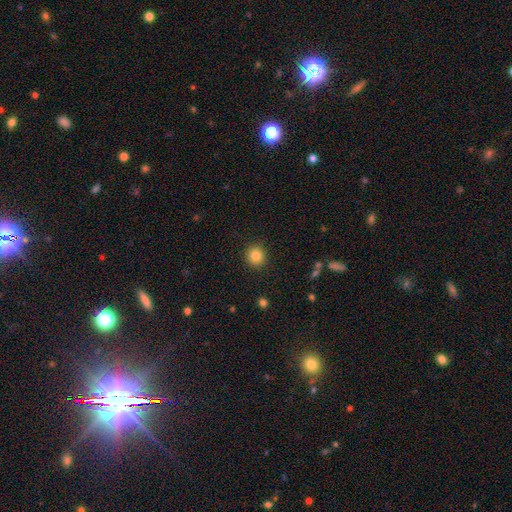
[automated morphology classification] Smooth or featured: smooth — 85% (star or artifact — 10%)
How rounded: round — 92% (in between — 7%)
Merging: none — 91% (minor disturbance — 6%)